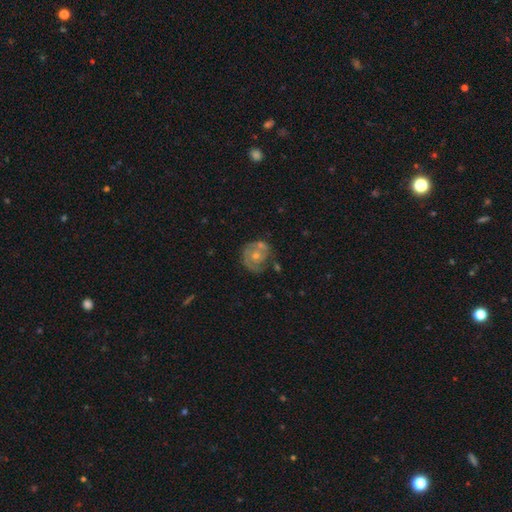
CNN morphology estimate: This is likely a featured or disk galaxy (70%). It is clearly not viewed edge-on (98%). Bar: likely no (76%). Spiral arm pattern: clearly yes (81%). Spiral arm count: possibly 2 (53%). Spiral winding: possibly tight (56%). Central bulge: possibly moderate (54%). Merging: possibly none (56%).